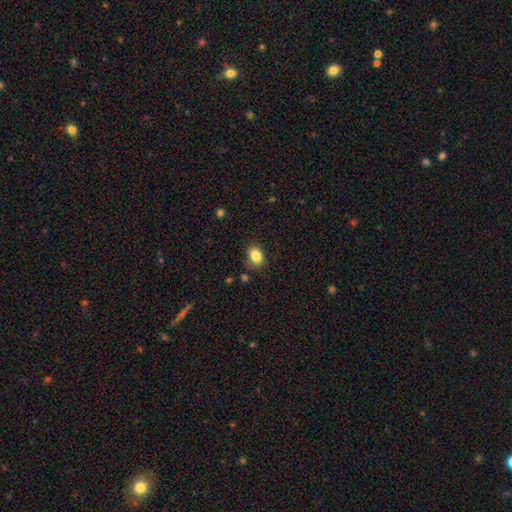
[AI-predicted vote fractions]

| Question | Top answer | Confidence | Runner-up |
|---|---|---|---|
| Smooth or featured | smooth | 85% | star or artifact (9%) |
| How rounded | in between | 68% | round (31%) |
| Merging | none | 80% | minor disturbance (14%) |